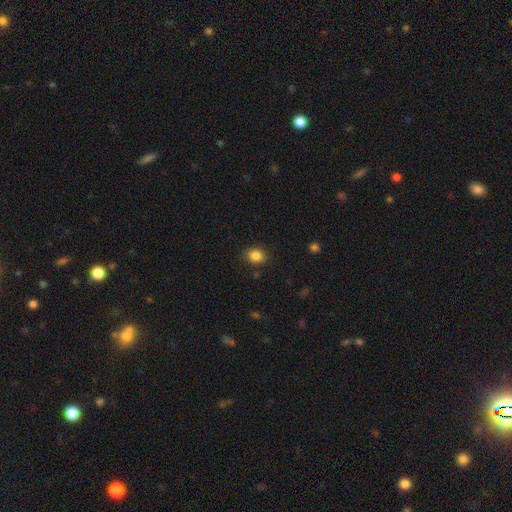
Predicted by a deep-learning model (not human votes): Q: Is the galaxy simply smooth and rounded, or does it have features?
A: smooth — 85%.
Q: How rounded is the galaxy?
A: round — 71%.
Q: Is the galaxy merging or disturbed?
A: none — 87%.